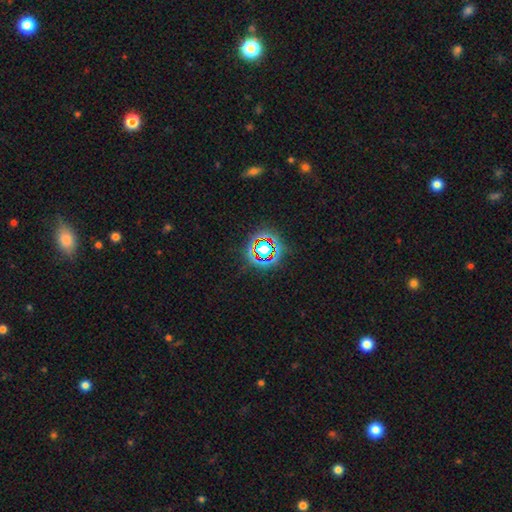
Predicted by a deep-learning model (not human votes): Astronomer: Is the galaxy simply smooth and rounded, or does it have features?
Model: star or artifact — 75%.